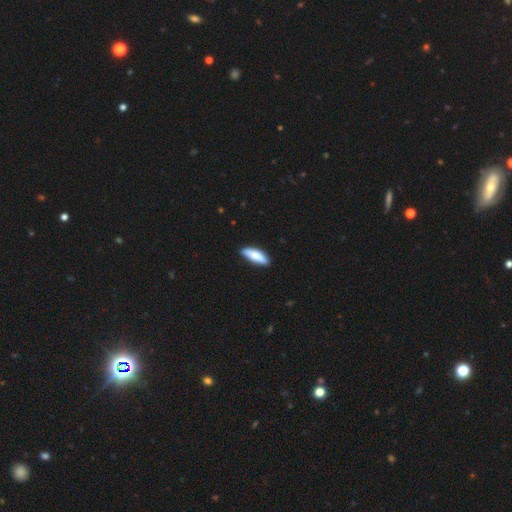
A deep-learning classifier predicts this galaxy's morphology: smooth-or-featured: smooth: 82% | featured or disk: 13% | star or artifact: 5%
  how-rounded: in between: 51% | cigar-shaped: 47% | round: 2%
  merging: none: 84% | minor disturbance: 13% | major disturbance: 2% | merger: 1%